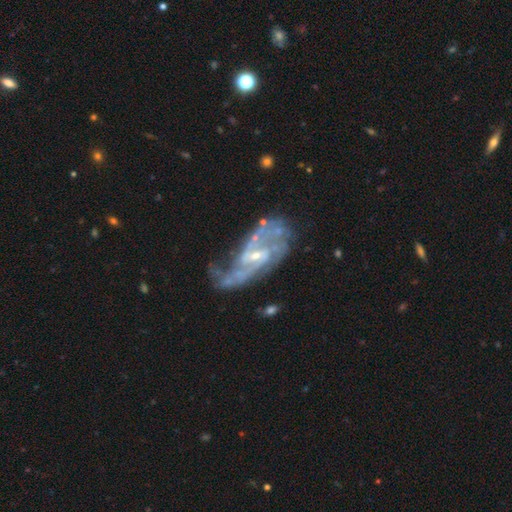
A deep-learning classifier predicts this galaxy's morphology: This appears to be a featured or disk galaxy (87%) with a weak bar (52%), 2 (60%) medium (46%) spiral arms (93%) and a small central bulge (67%). Merging: none (49%).